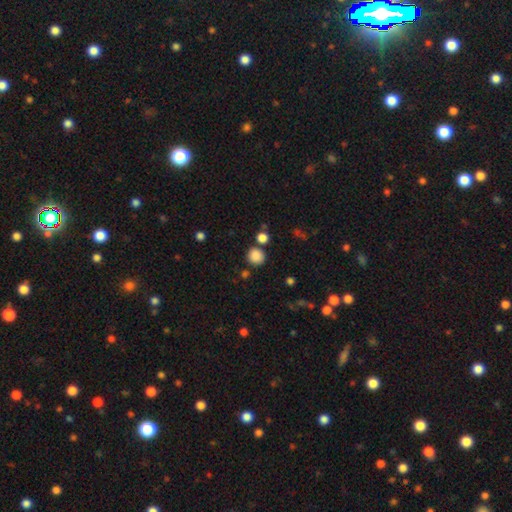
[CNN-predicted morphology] Smooth or featured: smooth — 86% (star or artifact — 10%)
How rounded: round — 87% (in between — 12%)
Merging: none — 79% (minor disturbance — 9%)